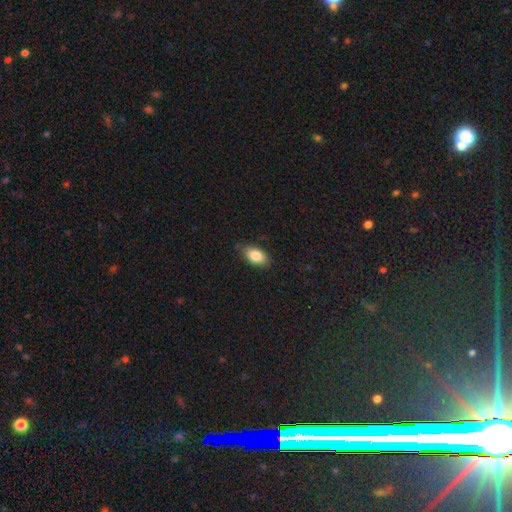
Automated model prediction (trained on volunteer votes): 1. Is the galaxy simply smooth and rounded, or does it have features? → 85% smooth, 7% featured or disk, 7% star or artifact.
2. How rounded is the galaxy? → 92% in between, 5% round, 3% cigar-shaped.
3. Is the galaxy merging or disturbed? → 80% none, 16% minor disturbance, 3% major disturbance, 1% merger.